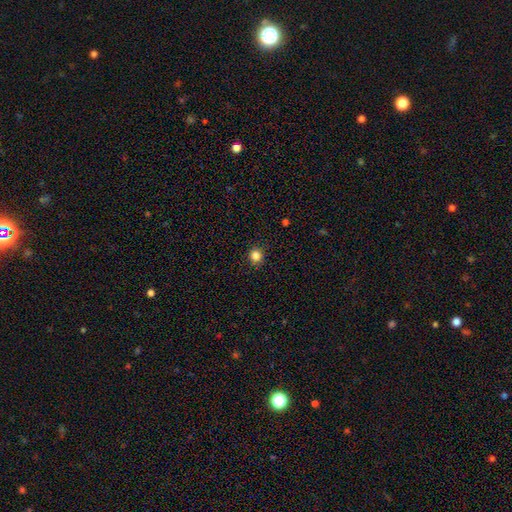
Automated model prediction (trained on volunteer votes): This is clearly a smooth galaxy (84%). How rounded: clearly round (89%). Merging: clearly none (91%).